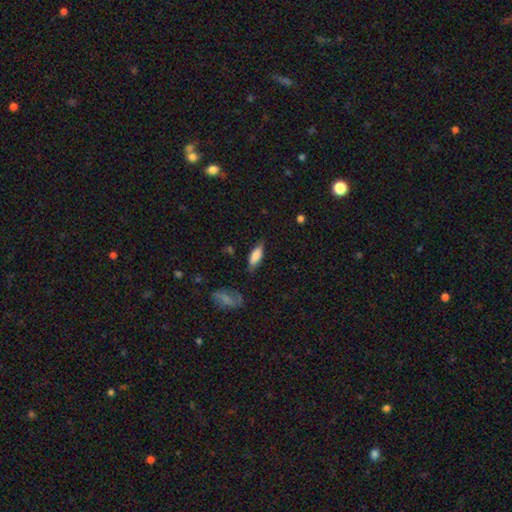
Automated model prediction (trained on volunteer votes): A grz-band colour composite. It shows a smooth galaxy with no disk features (79%) that is in between round and cigar-shaped (62%). Merging: none (73%).